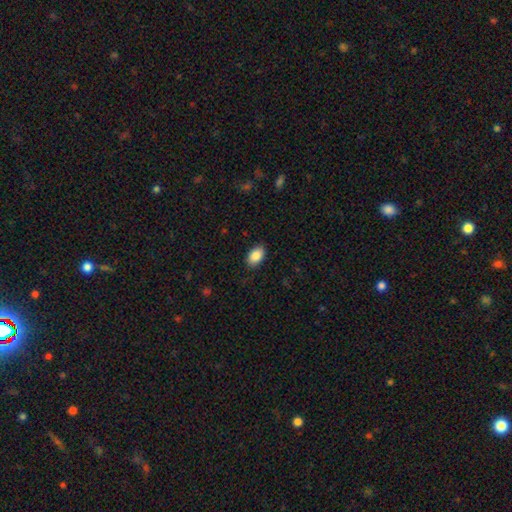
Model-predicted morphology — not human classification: Overall: smooth (87%). How rounded: in between (90%). Merging: none (88%).